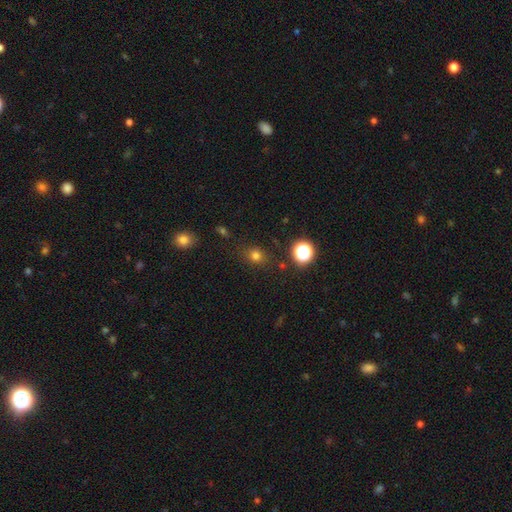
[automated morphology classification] smooth_or_featured: smooth (p=0.75) [alt: star or artifact p=0.19]
how_rounded: round (p=0.77) [alt: in between p=0.22]
merging: none (p=0.83) [alt: minor disturbance p=0.11]